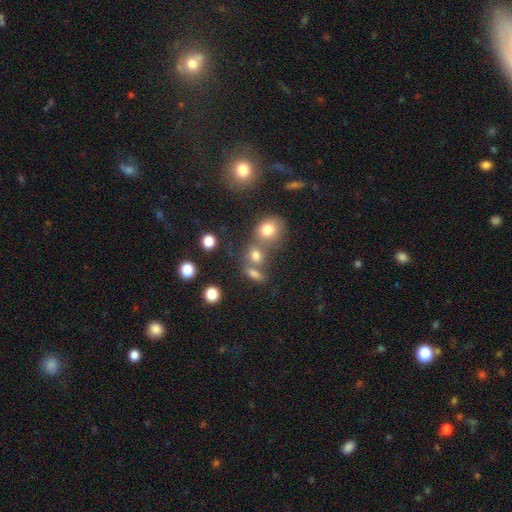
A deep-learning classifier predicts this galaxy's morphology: The model was most divided on "merging": none: 43%, merger: 41%, minor disturbance: 10%, major disturbance: 6%. More confident: smooth or featured — smooth (72%); how rounded — round (51%).